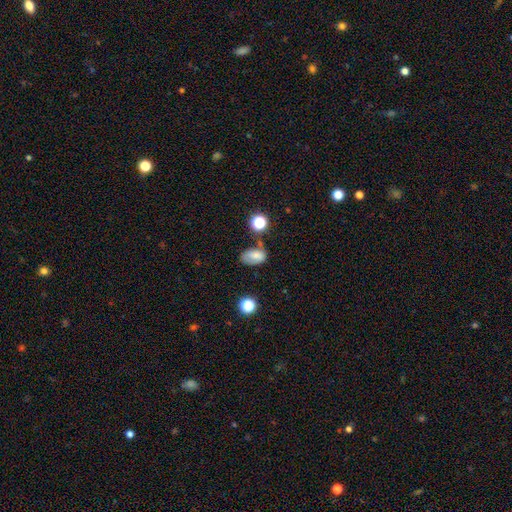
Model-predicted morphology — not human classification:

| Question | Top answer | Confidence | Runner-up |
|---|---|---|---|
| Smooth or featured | smooth | 71% | featured or disk (16%) |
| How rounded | in between | 86% | round (13%) |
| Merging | none | 50% | minor disturbance (29%) |